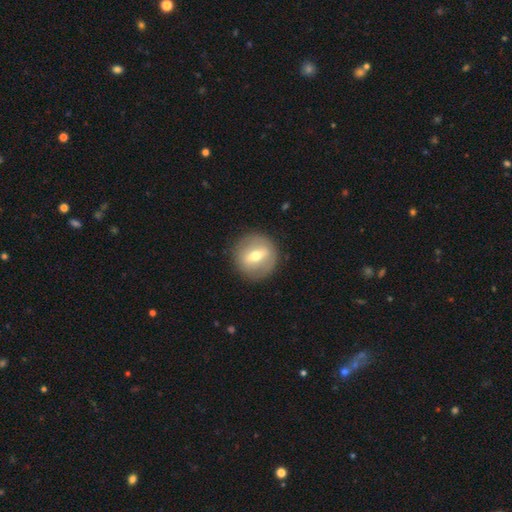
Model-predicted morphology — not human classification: smooth-or-featured: featured or disk: 52% | smooth: 41% | star or artifact: 7%
  disk-edge-on: no: 79% | yes: 21%
  merging: none: 87% | minor disturbance: 8% | major disturbance: 3% | merger: 1%